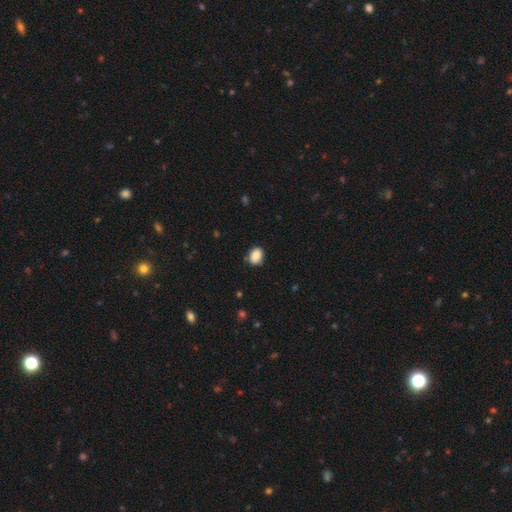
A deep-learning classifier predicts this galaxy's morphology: smooth 87%, star or artifact 8%, featured or disk 4%. Down the decision tree: how rounded — in between (62%); merging — none (82%).